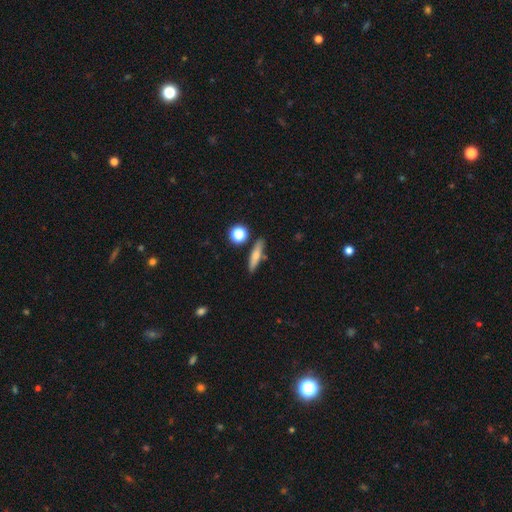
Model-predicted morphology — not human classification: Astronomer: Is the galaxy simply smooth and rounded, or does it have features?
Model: smooth — 65%.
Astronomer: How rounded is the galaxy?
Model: cigar-shaped — 75%.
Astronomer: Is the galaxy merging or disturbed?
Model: none — 82%.